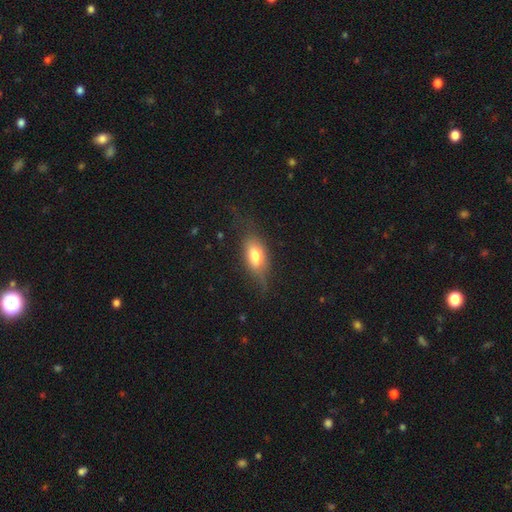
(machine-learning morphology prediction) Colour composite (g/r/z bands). It shows a smooth galaxy with no disk features (68%) that is in between round and cigar-shaped (83%). Merging: none (58%).